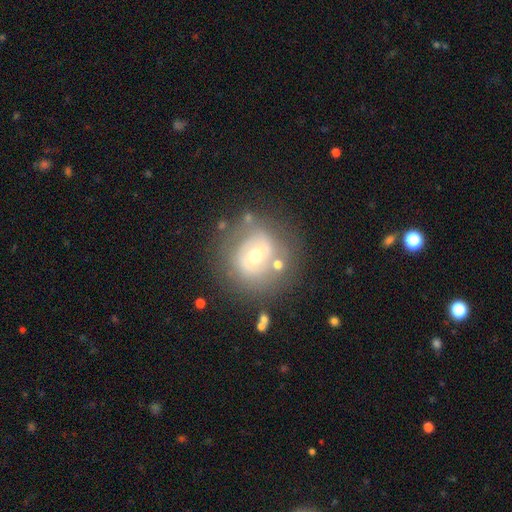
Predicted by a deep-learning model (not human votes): Smooth or featured: featured or disk — 56% (smooth — 35%)
Edge-on disk: no — 96% (yes — 4%)
Bar: no — 64% (weak — 26%)
Spiral arms: no — 61% (yes — 39%)
Bulge size: moderate — 63% (small — 29%)
Merging: none — 67% (minor disturbance — 17%)